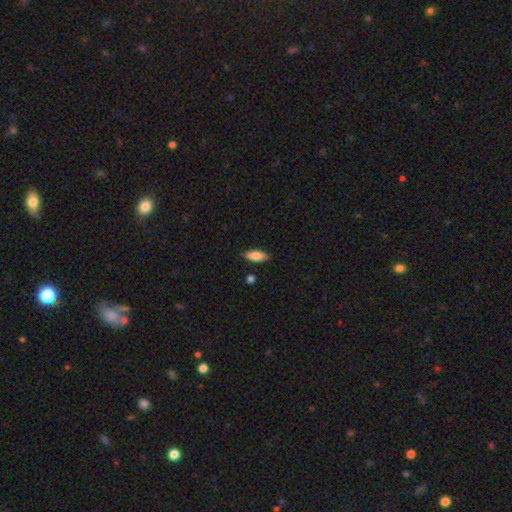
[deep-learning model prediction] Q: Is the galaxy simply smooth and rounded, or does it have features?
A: smooth — 80%.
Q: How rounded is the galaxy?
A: in between — 72%.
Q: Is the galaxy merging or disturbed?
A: none — 85%.